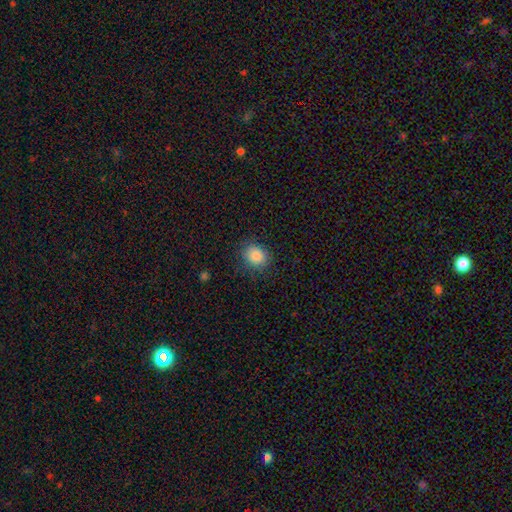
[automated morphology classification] smooth-or-featured: smooth: 86% | star or artifact: 9% | featured or disk: 5%
  how-rounded: round: 65% | in between: 35% | cigar-shaped: 1%
  merging: none: 84% | minor disturbance: 11% | major disturbance: 4% | merger: 1%